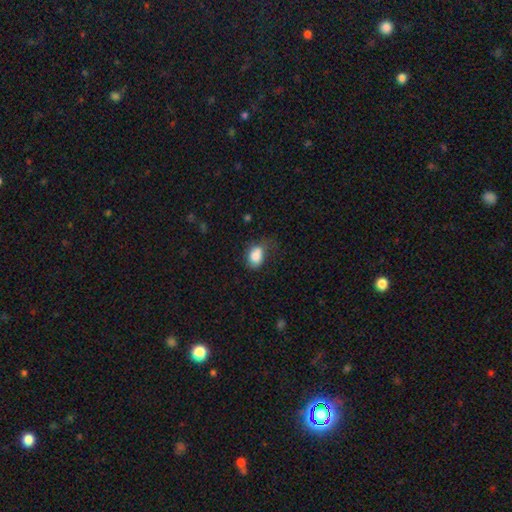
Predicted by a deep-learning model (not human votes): Overall: smooth (81%). How rounded: in between (72%). Merging: none (42%; minor disturbance 31%).